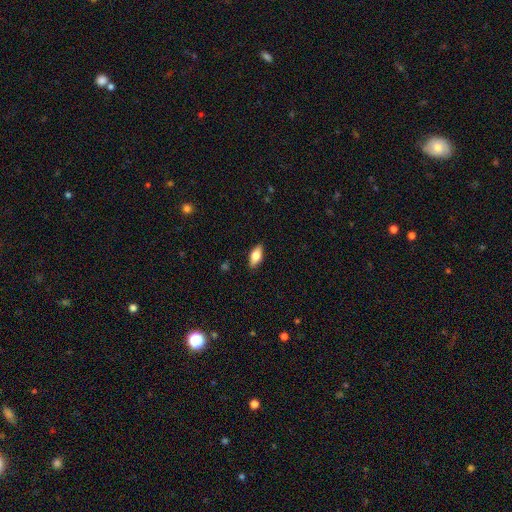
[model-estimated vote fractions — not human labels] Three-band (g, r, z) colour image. It shows a smooth galaxy with no disk features (72%) that is in between round and cigar-shaped (85%). Merging: none (87%).